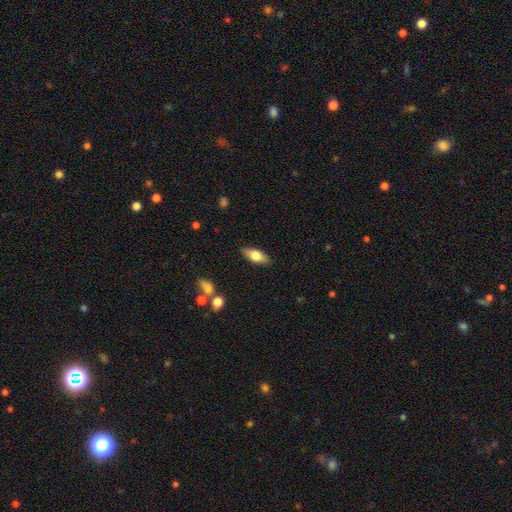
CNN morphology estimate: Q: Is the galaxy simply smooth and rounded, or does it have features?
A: smooth — 70%.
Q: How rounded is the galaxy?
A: in between — 79%.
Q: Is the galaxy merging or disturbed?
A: none — 87%.